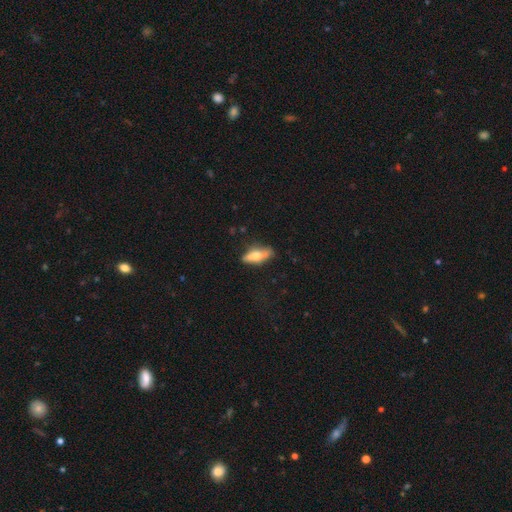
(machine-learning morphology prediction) type=smooth (58%); roundness=in between (65%); merging=none (68%).